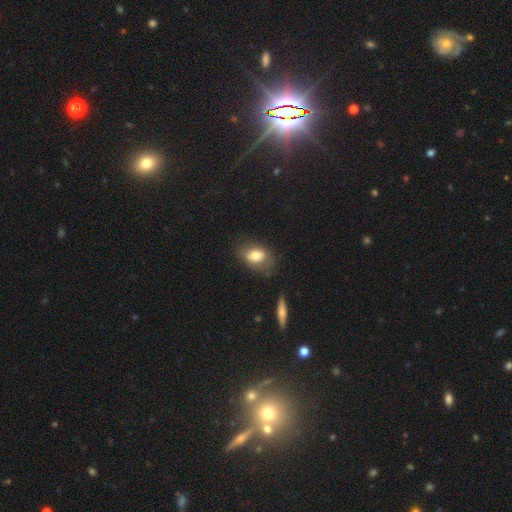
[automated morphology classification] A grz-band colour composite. It shows a smooth galaxy with no disk features (74%) that is in between round and cigar-shaped (78%). Merging: none (62%).